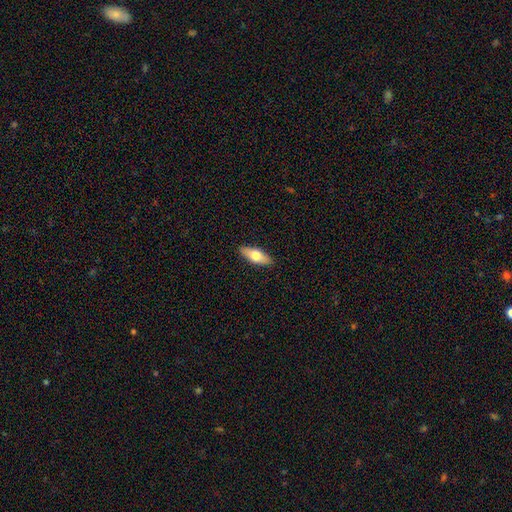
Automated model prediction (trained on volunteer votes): smooth-or-featured: smooth: 65% | featured or disk: 30% | star or artifact: 6%
  how-rounded: in between: 73% | cigar-shaped: 24% | round: 3%
  merging: none: 89% | minor disturbance: 8% | major disturbance: 2% | merger: 1%